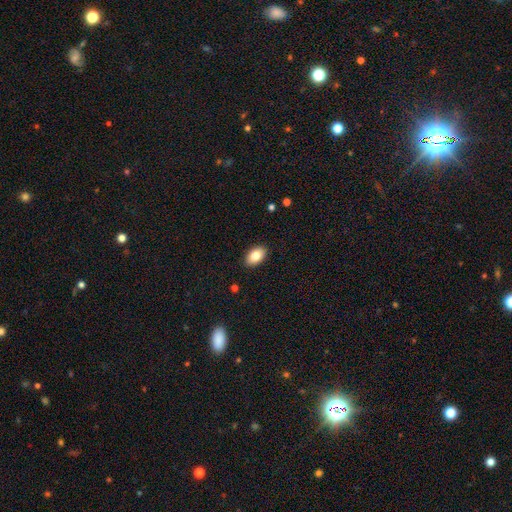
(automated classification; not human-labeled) Morphology: type=smooth (85%); roundness=in between (92%); merging=none (89%).